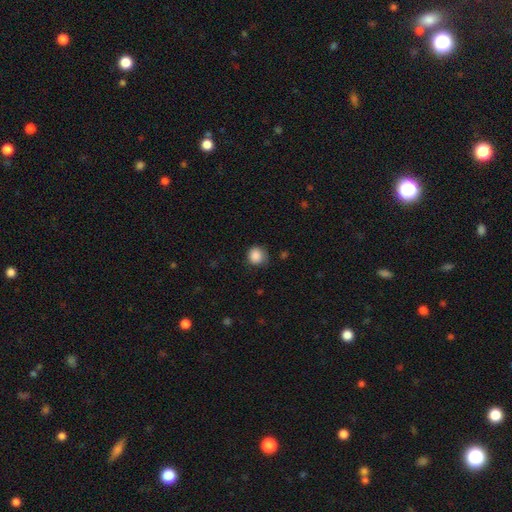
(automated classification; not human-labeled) A smooth galaxy with no disk features (88%) that is round (87%). Merging: none (75%).